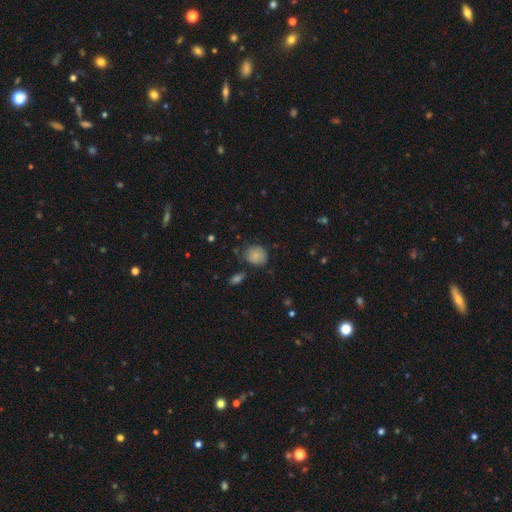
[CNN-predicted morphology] Q: Smooth or featured?
A: smooth (82%); runner-up: star or artifact (9%)
Q: How rounded?
A: round (72%); runner-up: in between (27%)
Q: Merging?
A: none (69%); runner-up: minor disturbance (22%)